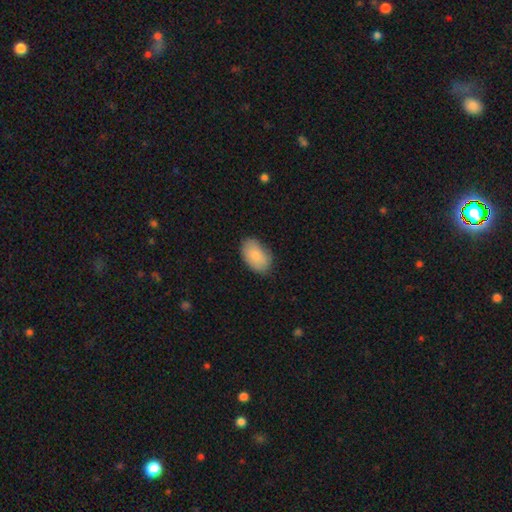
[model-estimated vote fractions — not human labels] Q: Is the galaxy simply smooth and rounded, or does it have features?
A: smooth — 85%.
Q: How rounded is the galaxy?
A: in between — 92%.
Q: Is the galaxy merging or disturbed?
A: none — 80%.